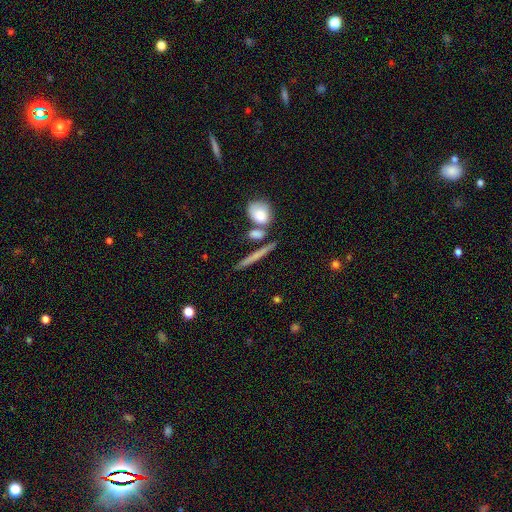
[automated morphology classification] smooth-or-featured: smooth: 58% | featured or disk: 35% | star or artifact: 8%
  how-rounded: cigar-shaped: 85% | round: 8% | in between: 8%
  merging: none: 77% | merger: 11% | minor disturbance: 9% | major disturbance: 3%